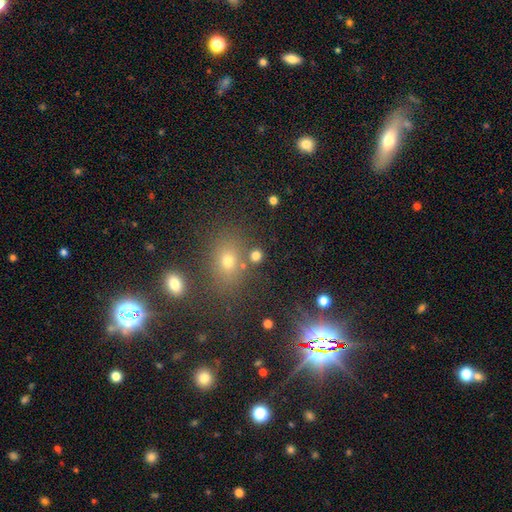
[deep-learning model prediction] Morphology: type=smooth (73%); roundness=round (74%); merging=none (75%).